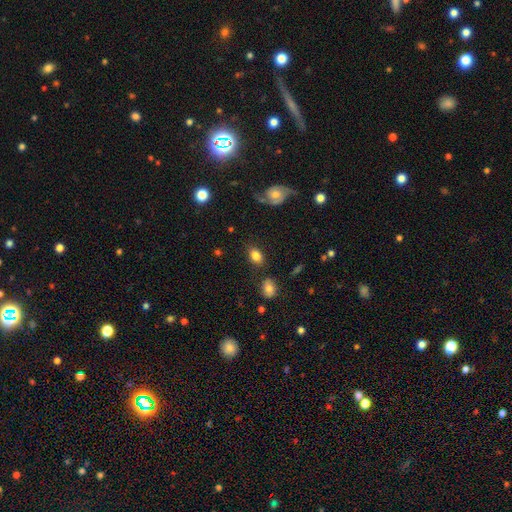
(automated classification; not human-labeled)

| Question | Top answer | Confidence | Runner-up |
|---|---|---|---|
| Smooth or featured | smooth | 80% | featured or disk (11%) |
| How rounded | in between | 84% | round (14%) |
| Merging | none | 78% | minor disturbance (13%) |